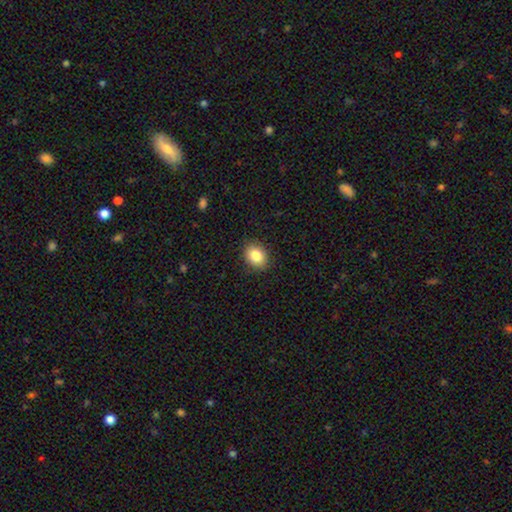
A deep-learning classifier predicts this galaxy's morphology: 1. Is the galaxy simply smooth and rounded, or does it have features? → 85% smooth, 9% star or artifact, 7% featured or disk.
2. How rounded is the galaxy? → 58% in between, 41% round, 1% cigar-shaped.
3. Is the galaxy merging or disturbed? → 89% none, 8% minor disturbance, 2% major disturbance, 1% merger.